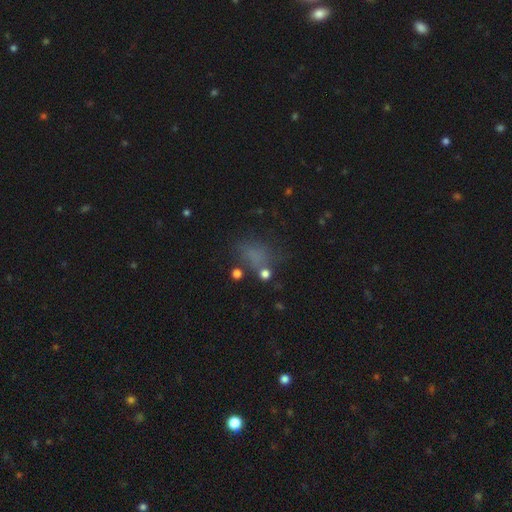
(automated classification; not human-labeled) This appears to be a smooth galaxy with no disk features (57%) that is in between round and cigar-shaped (62%). Merging: none (48%).